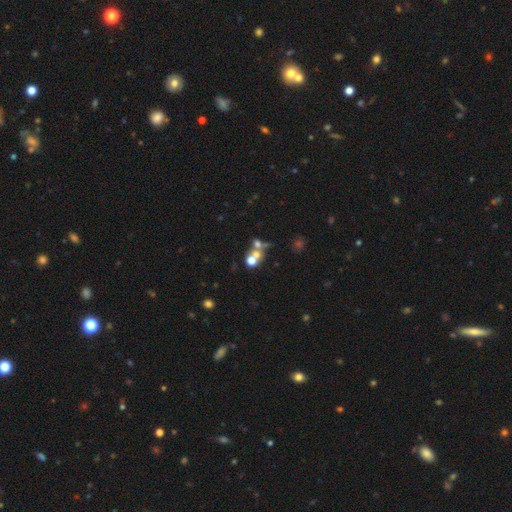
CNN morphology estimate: smooth 51%, featured or disk 25%, star or artifact 24%. Down the decision tree: how rounded — round (77%); merging — merger (53%).